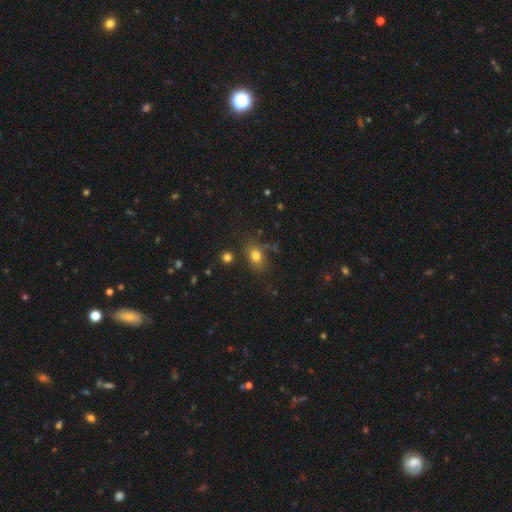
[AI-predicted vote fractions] A smooth galaxy with no disk features (77%) that is in between round and cigar-shaped (69%).

Vote fractions:
- Smooth or featured? smooth: 77% / star or artifact: 13% / featured or disk: 10%
- How rounded? in between: 69% / round: 28% / cigar-shaped: 3%
- Merging? none: 76% / minor disturbance: 14% / merger: 5% / major disturbance: 5%